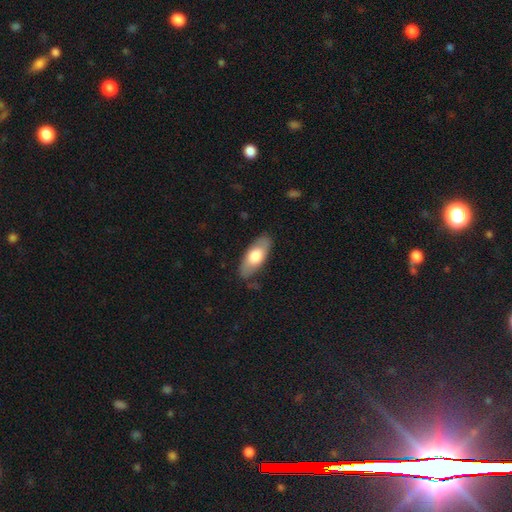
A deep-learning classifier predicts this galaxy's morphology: Smooth or featured: smooth — 68% (featured or disk — 27%)
How rounded: in between — 81% (cigar-shaped — 17%)
Merging: none — 82% (minor disturbance — 13%)